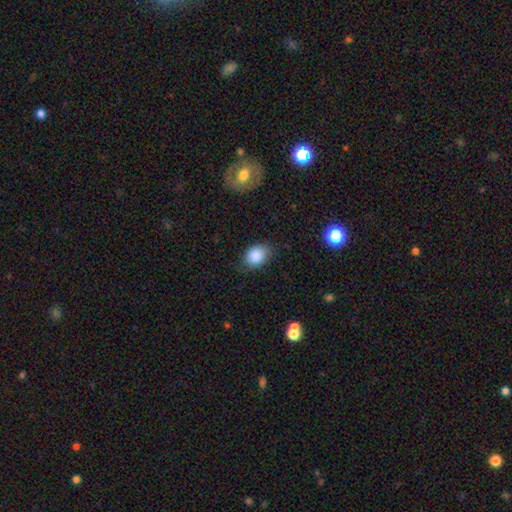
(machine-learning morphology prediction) This is clearly a smooth galaxy (86%). How rounded: likely in between (70%). Merging: likely none (75%).